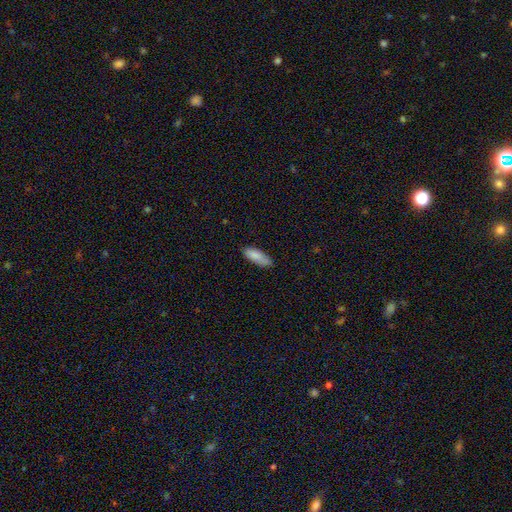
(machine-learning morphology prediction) Overall: smooth (86%). How rounded: in between (73%). Merging: none (78%).